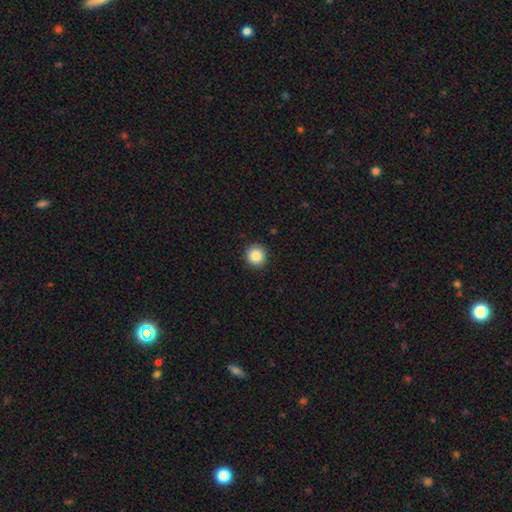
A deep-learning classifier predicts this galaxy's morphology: smooth-or-featured: smooth: 87% | star or artifact: 9% | featured or disk: 4%
  how-rounded: round: 92% | in between: 7% | cigar-shaped: 1%
  merging: none: 91% | minor disturbance: 6% | major disturbance: 2% | merger: 1%